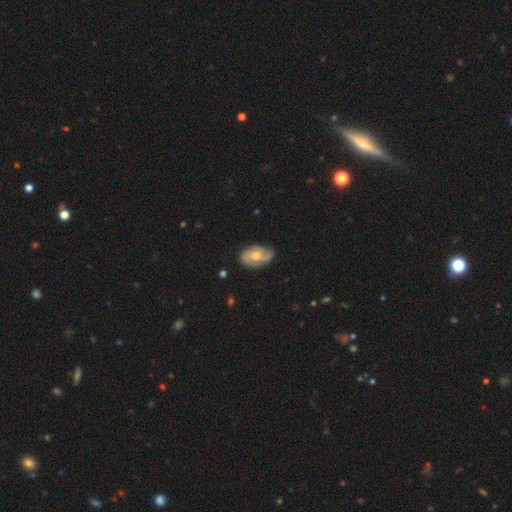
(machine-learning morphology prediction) A featured or disk galaxy (67%) with no bar (65%), 2 (51%) medium (43%) spiral arms (88%) and a moderate central bulge (66%). Merging: none (72%).